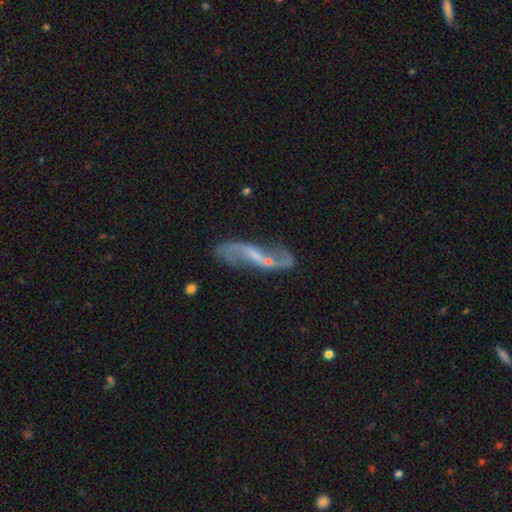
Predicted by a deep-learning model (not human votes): A featured or disk galaxy (83%) with a weak bar (42%), 2 (91%) loose (80%) spiral arms (91%) and a small central bulge (60%).

Vote fractions:
- Smooth or featured? featured or disk: 83% / smooth: 11% / star or artifact: 7%
- Edge-on disk? no: 86% / yes: 14%
- Bar? weak: 42% / no: 29% / strong: 28%
- Spiral arms? yes: 91% / no: 9%
- Spiral winding? loose: 80% / medium: 14% / tight: 5%
- Spiral arm count? 2: 91% / can't tell: 3% / 1: 3% / 3: 1% / 4: 1% / more than 4: 1%
- Bulge size? small: 60% / none: 19% / moderate: 18% / large: 2% / dominant: 1%
- Merging? none: 64% / minor disturbance: 18% / major disturbance: 11% / merger: 7%